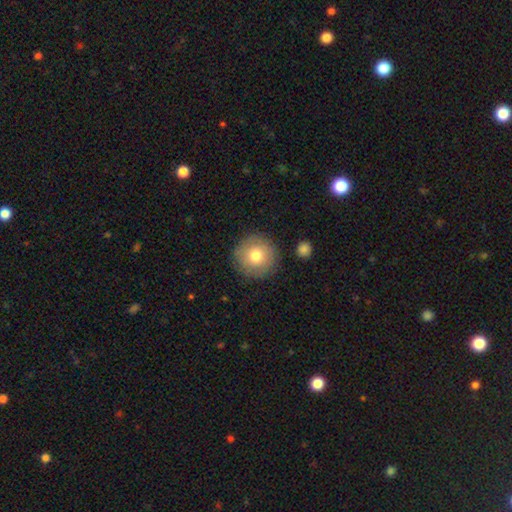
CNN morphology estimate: Q: Smooth or featured?
A: smooth (76%); runner-up: featured or disk (15%)
Q: How rounded?
A: round (95%); runner-up: in between (4%)
Q: Merging?
A: none (87%); runner-up: minor disturbance (8%)